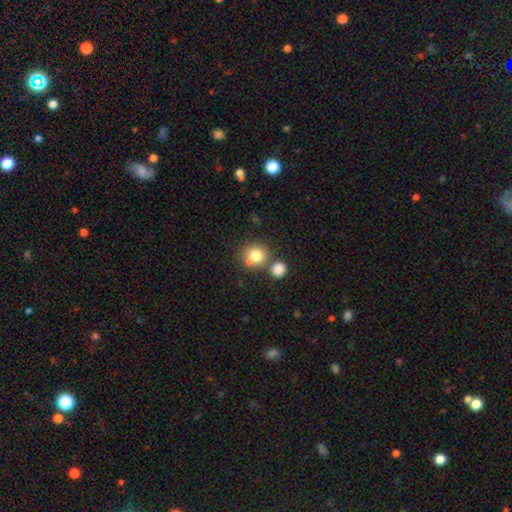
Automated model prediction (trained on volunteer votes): Smooth or featured? Predicted: smooth (p=0.79). How rounded? Predicted: round (p=0.85). Merging? Predicted: none (p=0.61).